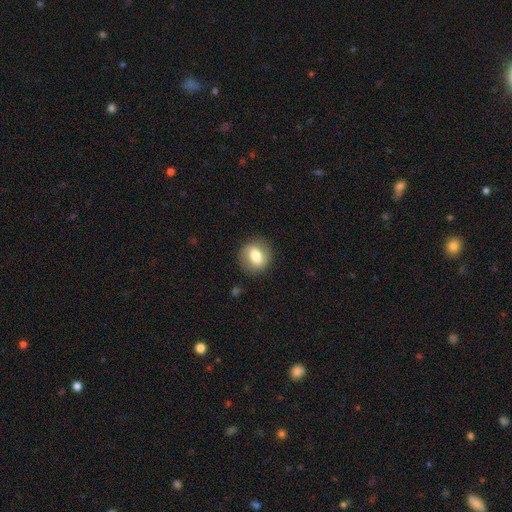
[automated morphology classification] type=smooth (66%); roundness=round (64%); merging=none (83%).